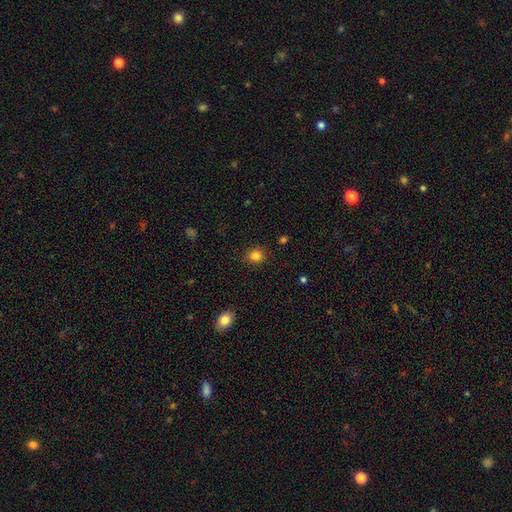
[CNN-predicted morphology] Smooth or featured?
  - smooth: 84% *
  - star or artifact: 12%
  - featured or disk: 4%
How rounded?
  - round: 87% *
  - in between: 12%
  - cigar-shaped: 1%
Merging?
  - none: 90% *
  - minor disturbance: 6%
  - major disturbance: 2%
  - merger: 1%